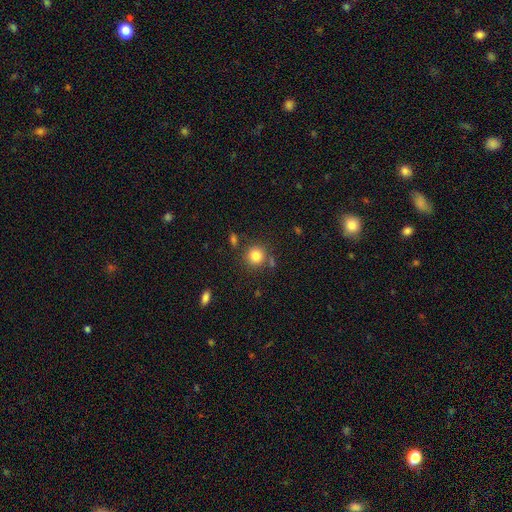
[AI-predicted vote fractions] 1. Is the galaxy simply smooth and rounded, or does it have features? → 83% smooth, 11% star or artifact, 6% featured or disk.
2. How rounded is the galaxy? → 91% round, 8% in between, 1% cigar-shaped.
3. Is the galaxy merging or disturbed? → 79% none, 9% minor disturbance, 8% merger, 4% major disturbance.